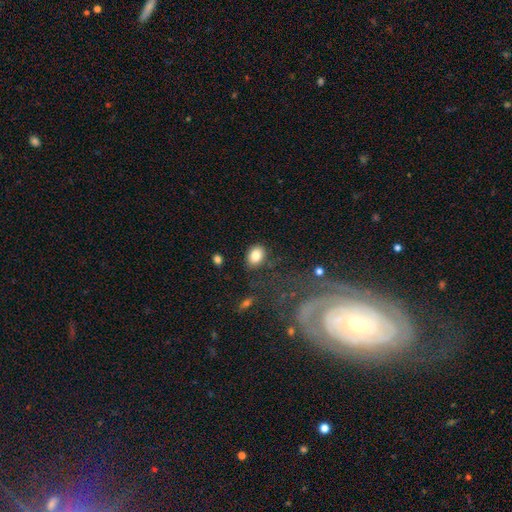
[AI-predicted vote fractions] Q: Smooth or featured?
A: smooth (83%); runner-up: star or artifact (9%)
Q: How rounded?
A: in between (67%); runner-up: round (31%)
Q: Merging?
A: none (80%); runner-up: minor disturbance (14%)